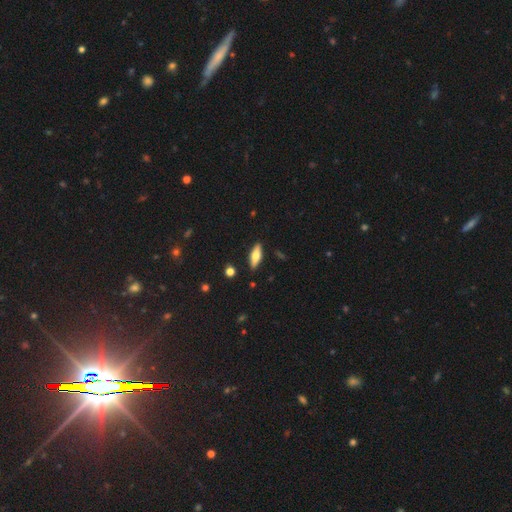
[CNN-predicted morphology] This appears to be a smooth galaxy with no disk features (59%) that is in between round and cigar-shaped (60%). Merging: none (87%).